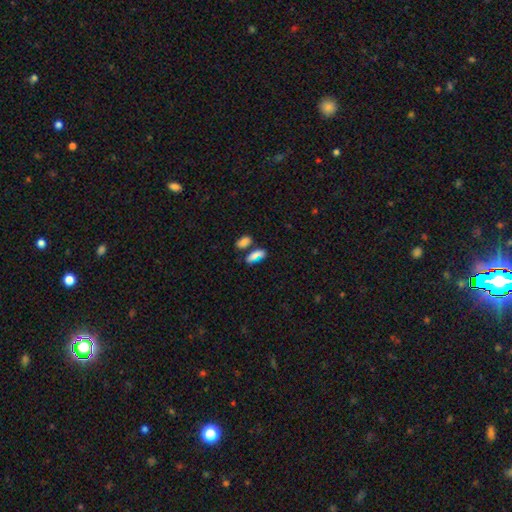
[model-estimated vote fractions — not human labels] Smooth or featured: smooth — 79% (featured or disk — 11%)
How rounded: in between — 72% (cigar-shaped — 23%)
Merging: none — 47% (merger — 32%)